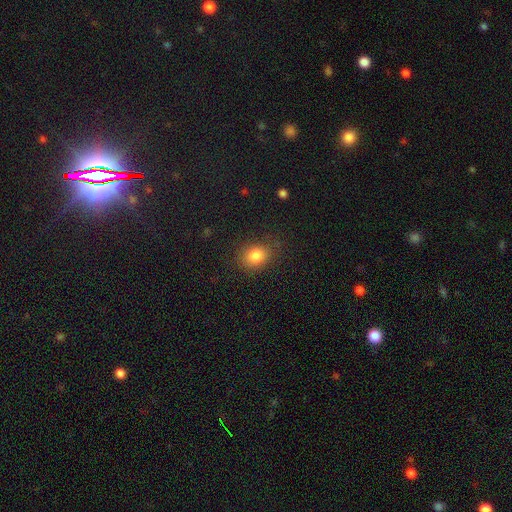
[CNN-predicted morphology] smooth 84%, star or artifact 10%, featured or disk 6%. Down the decision tree: how rounded — in between (55%); merging — none (81%).